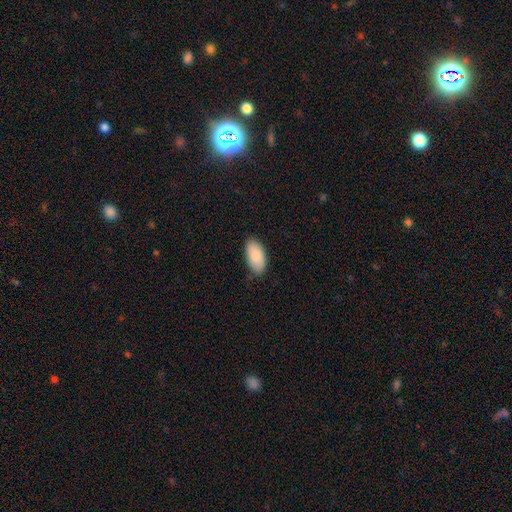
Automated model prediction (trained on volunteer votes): smooth-or-featured: smooth: 88% | featured or disk: 7% | star or artifact: 6%
  how-rounded: in between: 95% | cigar-shaped: 3% | round: 2%
  merging: none: 81% | minor disturbance: 15% | major disturbance: 2% | merger: 1%